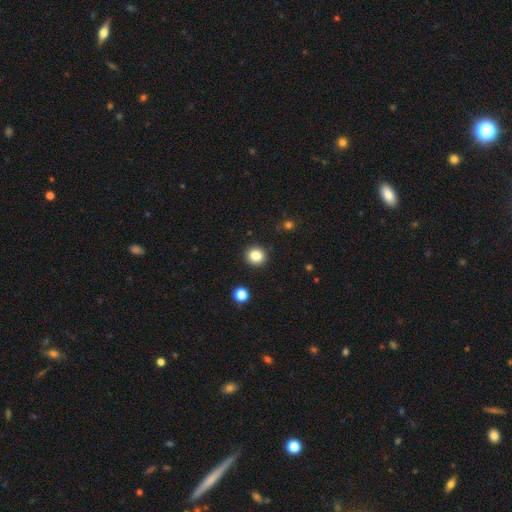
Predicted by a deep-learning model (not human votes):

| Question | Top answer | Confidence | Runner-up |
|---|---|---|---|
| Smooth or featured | smooth | 83% | star or artifact (11%) |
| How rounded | round | 90% | in between (9%) |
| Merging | none | 92% | minor disturbance (5%) |